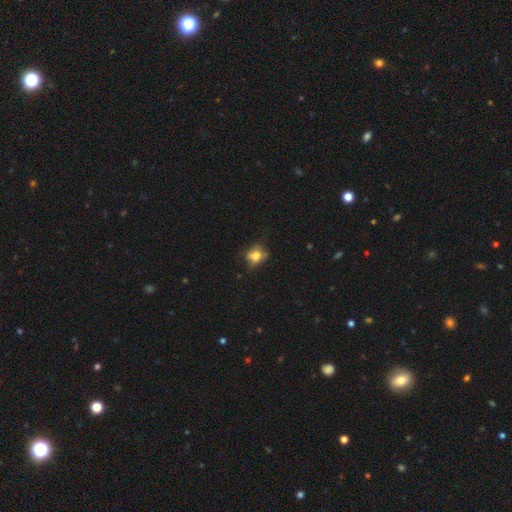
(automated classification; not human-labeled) This is likely a smooth galaxy (71%). How rounded: possibly round (54%). Merging: possibly none (59%).